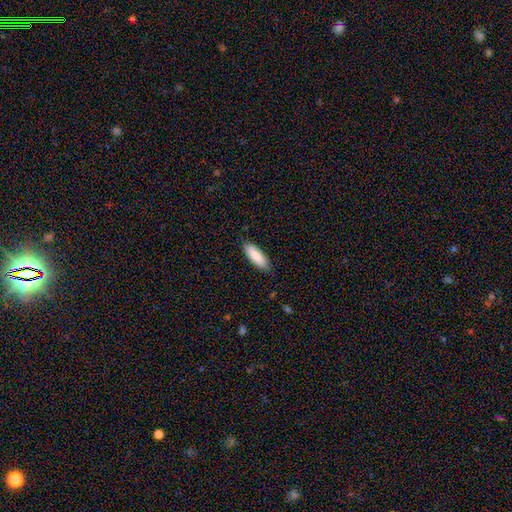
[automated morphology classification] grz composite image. It shows a smooth galaxy with no disk features (86%) that is in between round and cigar-shaped (64%). Merging: none (86%).